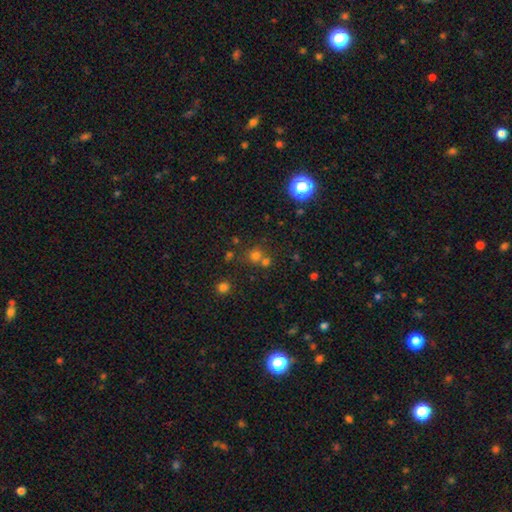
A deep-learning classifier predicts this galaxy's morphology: Smooth or featured: smooth — 66% (star or artifact — 25%)
How rounded: round — 87% (in between — 12%)
Merging: none — 57% (merger — 32%)